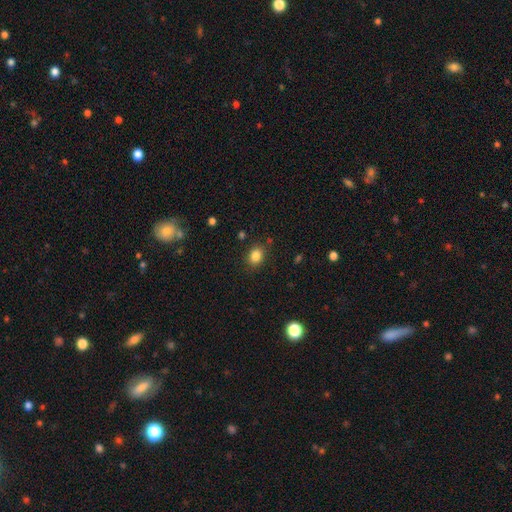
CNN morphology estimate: smooth 84%, star or artifact 11%, featured or disk 5%. Down the decision tree: how rounded — in between (52%); merging — none (84%).